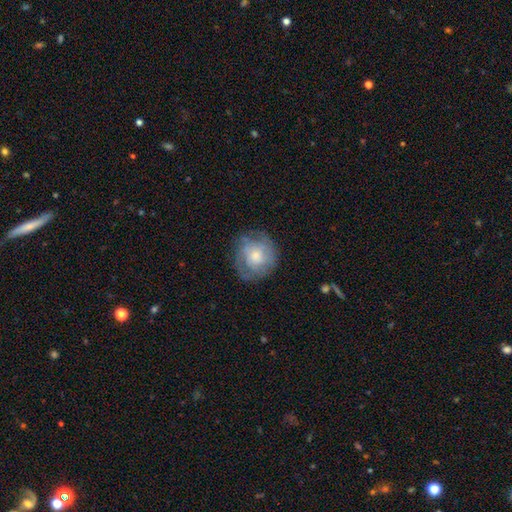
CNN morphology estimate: Overall: featured or disk (47%; smooth 46%). Merging: none (71%).